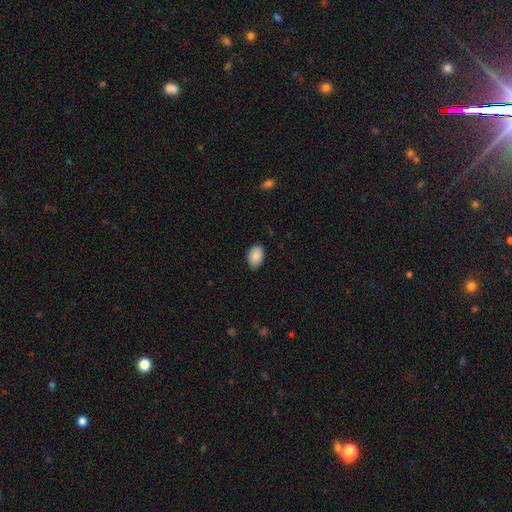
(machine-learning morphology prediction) Overall: smooth (88%). How rounded: in between (87%). Merging: none (80%).